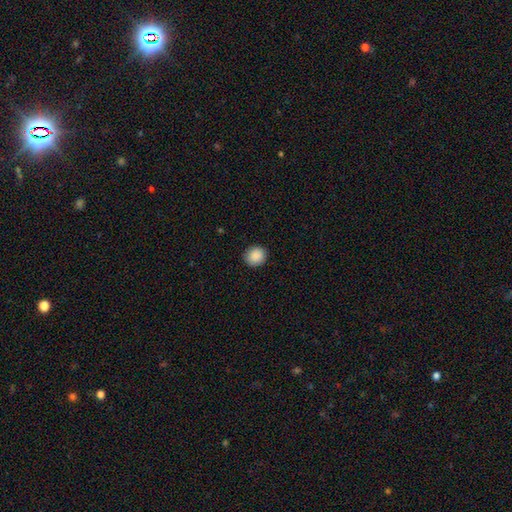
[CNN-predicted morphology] Q: Smooth or featured?
A: smooth (89%); runner-up: star or artifact (8%)
Q: How rounded?
A: round (82%); runner-up: in between (18%)
Q: Merging?
A: none (90%); runner-up: minor disturbance (7%)